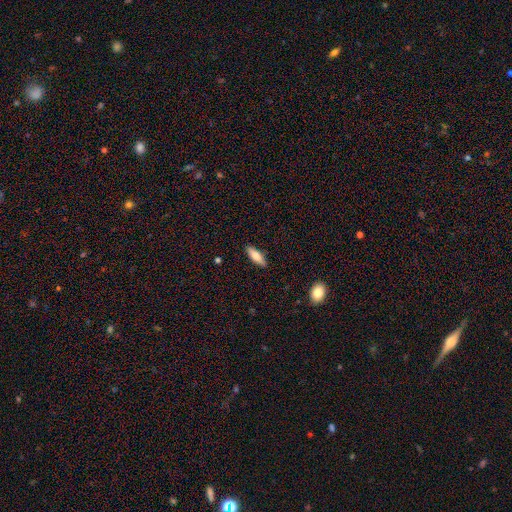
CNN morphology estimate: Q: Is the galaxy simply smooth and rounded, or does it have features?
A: smooth — 70%.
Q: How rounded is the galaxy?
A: in between — 55%.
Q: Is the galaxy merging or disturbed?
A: none — 89%.